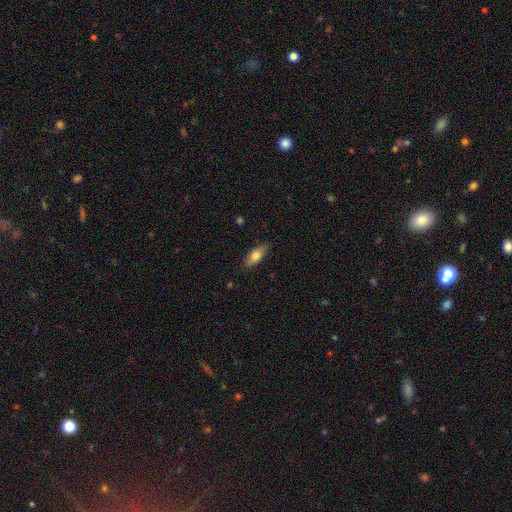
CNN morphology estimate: This appears to be a smooth galaxy with no disk features (73%) that is in between round and cigar-shaped (73%). Merging: none (83%).